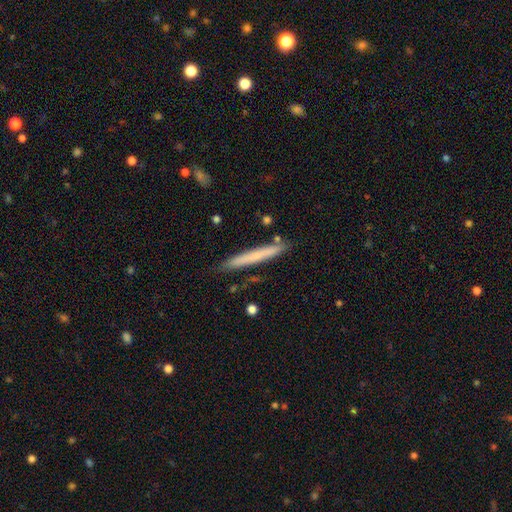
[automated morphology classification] The model was most divided on "smooth or featured": smooth: 61%, featured or disk: 33%, star or artifact: 6%. More confident: how rounded — cigar-shaped (97%); merging — none (85%).